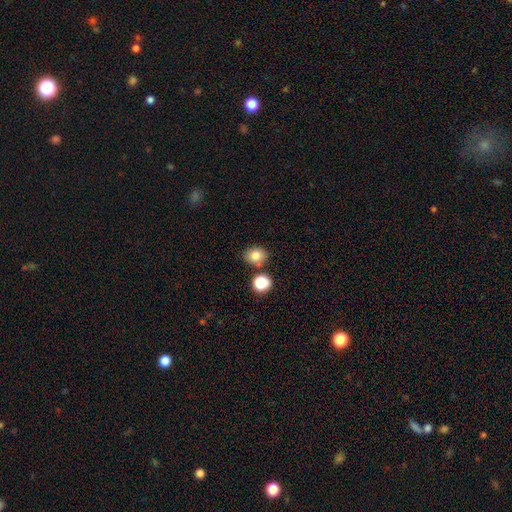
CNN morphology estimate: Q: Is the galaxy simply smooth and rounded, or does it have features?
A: smooth — 80%.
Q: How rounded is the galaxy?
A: round — 56%.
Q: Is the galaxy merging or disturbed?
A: none — 76%.